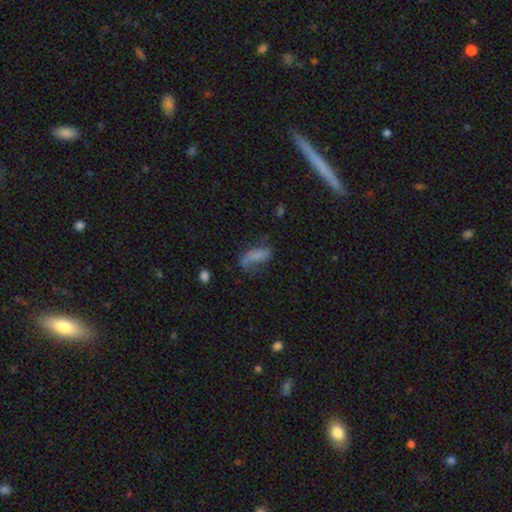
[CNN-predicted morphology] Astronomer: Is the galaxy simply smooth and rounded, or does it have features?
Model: smooth — 58%.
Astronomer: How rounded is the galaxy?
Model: in between — 77%.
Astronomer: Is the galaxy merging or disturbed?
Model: major disturbance — 34%, tied with none at 34%.